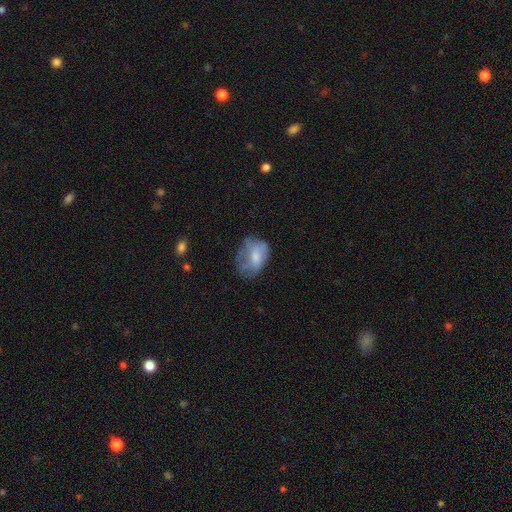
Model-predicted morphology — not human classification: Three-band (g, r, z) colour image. It shows a smooth galaxy with no disk features (57%) that is in between round and cigar-shaped (75%). Merging: none (42%).